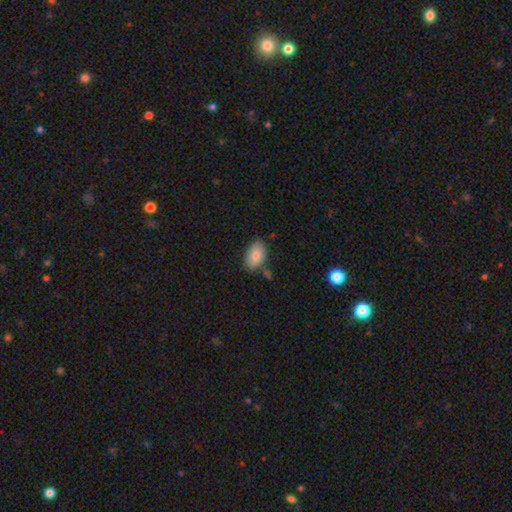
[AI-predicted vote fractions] Smooth or featured? Predicted: smooth (p=0.80). How rounded? Predicted: in between (p=0.90). Merging? Predicted: none (p=0.71).